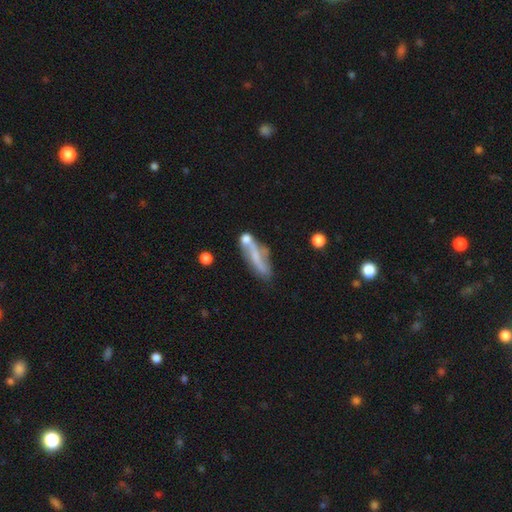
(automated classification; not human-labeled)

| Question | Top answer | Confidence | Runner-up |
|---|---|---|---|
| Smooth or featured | featured or disk | 49% | smooth (42%) |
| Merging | none | 40% | merger (23%) |